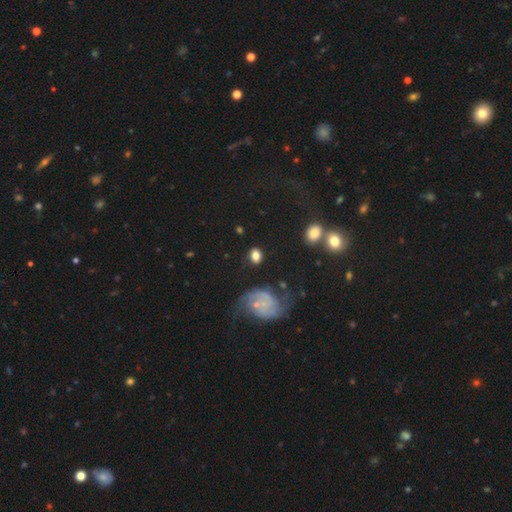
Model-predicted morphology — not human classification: smooth 73%, featured or disk 17%, star or artifact 11%. Down the decision tree: how rounded — in between (56%); merging — none (78%).